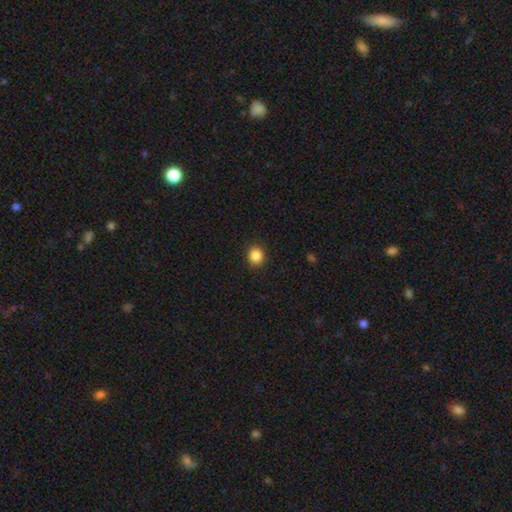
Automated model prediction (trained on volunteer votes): This is clearly a smooth galaxy (87%). How rounded: likely round (80%). Merging: clearly none (91%).